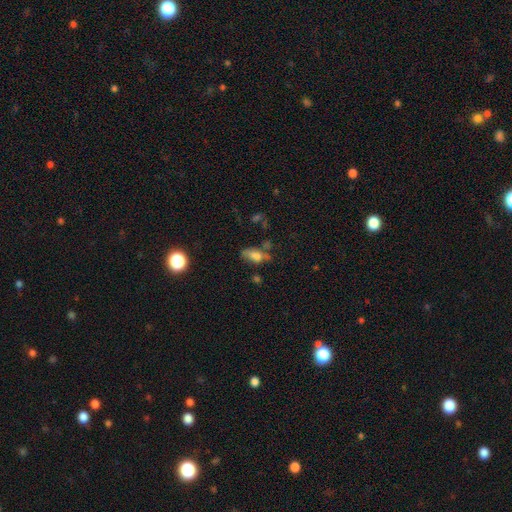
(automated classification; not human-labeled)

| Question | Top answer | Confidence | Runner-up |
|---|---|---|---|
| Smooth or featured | smooth | 64% | featured or disk (20%) |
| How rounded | in between | 82% | cigar-shaped (11%) |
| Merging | none | 38% | minor disturbance (26%) |